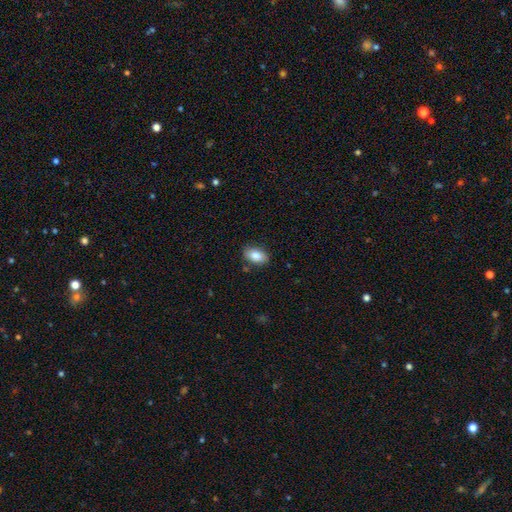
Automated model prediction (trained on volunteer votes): Smooth or featured?
  - smooth: 86% *
  - star or artifact: 7%
  - featured or disk: 7%
How rounded?
  - in between: 89% *
  - round: 9%
  - cigar-shaped: 2%
Merging?
  - none: 84% *
  - minor disturbance: 12%
  - major disturbance: 3%
  - merger: 2%